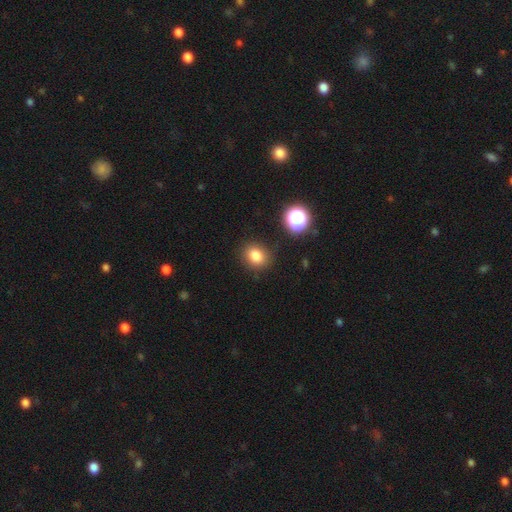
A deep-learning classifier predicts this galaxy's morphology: smooth_or_featured: smooth (p=0.82) [alt: star or artifact p=0.13]
how_rounded: round (p=0.63) [alt: in between p=0.36]
merging: none (p=0.85) [alt: minor disturbance p=0.09]